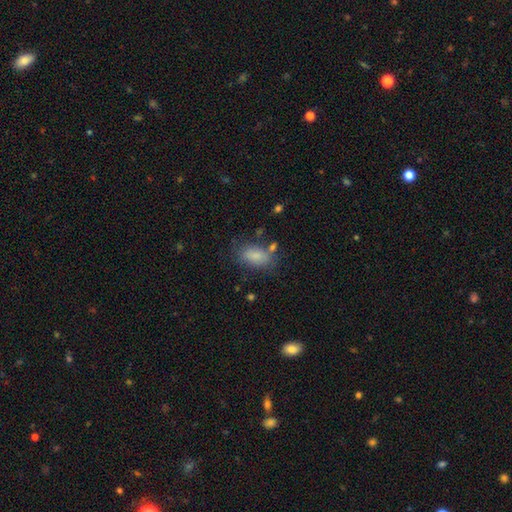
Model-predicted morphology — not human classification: A smooth galaxy with no disk features (82%) that is in between round and cigar-shaped (89%). Merging: none (66%).